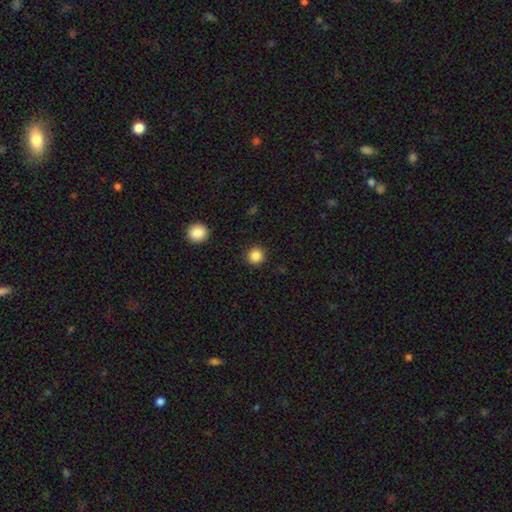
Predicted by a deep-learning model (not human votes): Overall: smooth (85%). How rounded: round (93%). Merging: none (92%).